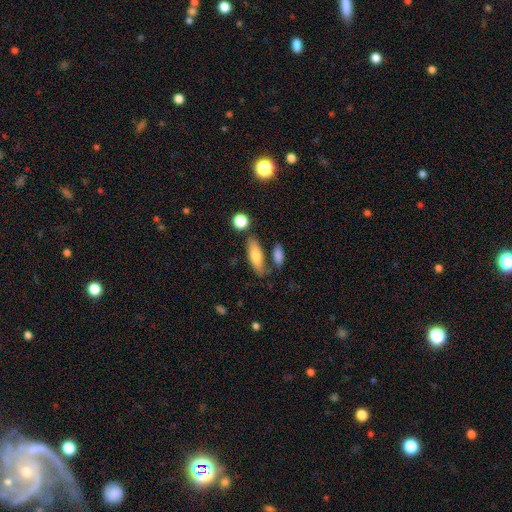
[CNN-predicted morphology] smooth-or-featured: smooth: 74% | featured or disk: 19% | star or artifact: 7%
  how-rounded: in between: 60% | cigar-shaped: 37% | round: 3%
  merging: none: 69% | minor disturbance: 16% | merger: 10% | major disturbance: 5%